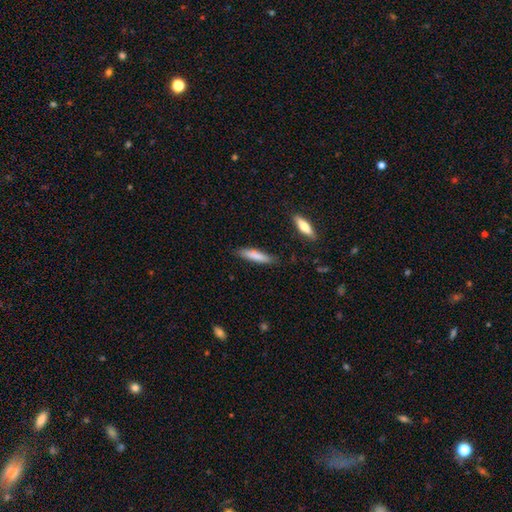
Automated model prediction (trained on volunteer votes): A smooth galaxy with no disk features (80%) that is cigar-shaped (80%).

Vote fractions:
- Smooth or featured? smooth: 80% / featured or disk: 14% / star or artifact: 6%
- How rounded? cigar-shaped: 80% / in between: 19% / round: 1%
- Merging? none: 84% / minor disturbance: 12% / major disturbance: 2% / merger: 2%